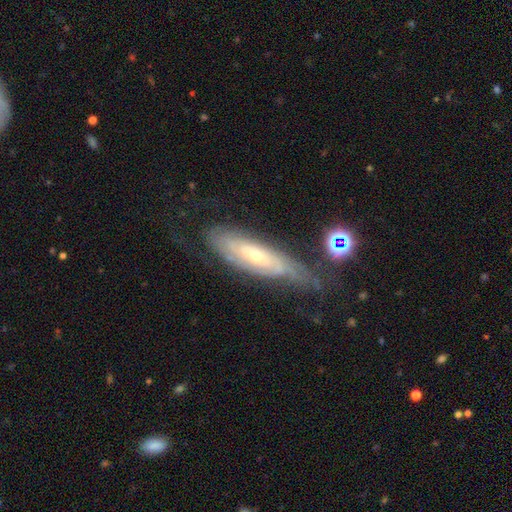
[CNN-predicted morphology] Q: Smooth or featured?
A: featured or disk (75%); runner-up: smooth (17%)
Q: Edge-on disk?
A: no (74%); runner-up: yes (26%)
Q: Bar?
A: no (67%); runner-up: weak (25%)
Q: Spiral arms?
A: yes (85%); runner-up: no (15%)
Q: Bulge size?
A: small (62%); runner-up: moderate (35%)
Q: Merging?
A: none (60%); runner-up: minor disturbance (25%)